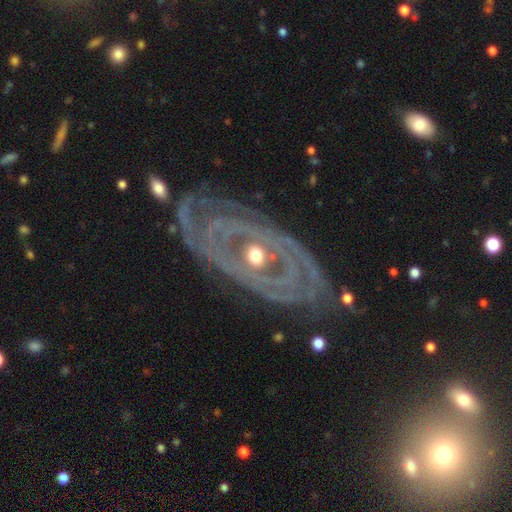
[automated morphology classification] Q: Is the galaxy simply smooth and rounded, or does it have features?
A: featured or disk — 87%.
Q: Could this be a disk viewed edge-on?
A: no — 94%.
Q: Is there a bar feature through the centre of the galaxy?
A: no — 66%.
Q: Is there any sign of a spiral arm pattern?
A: yes — 76%.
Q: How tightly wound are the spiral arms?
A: tight — 70%.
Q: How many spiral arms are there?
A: can't tell — 32%.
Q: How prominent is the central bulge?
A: moderate — 69%.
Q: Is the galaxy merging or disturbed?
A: none — 67%.